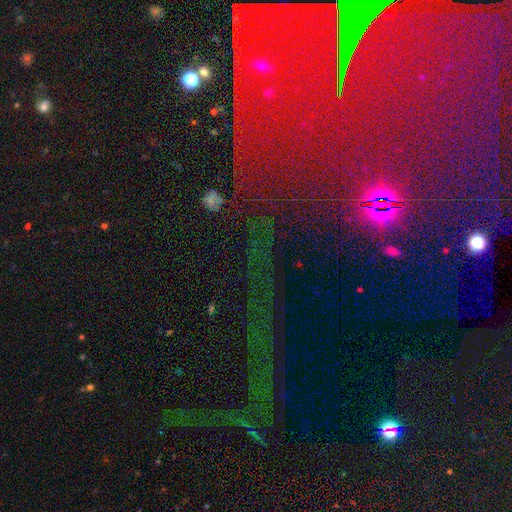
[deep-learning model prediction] This is likely a star or artifact rather than a galaxy (75%).